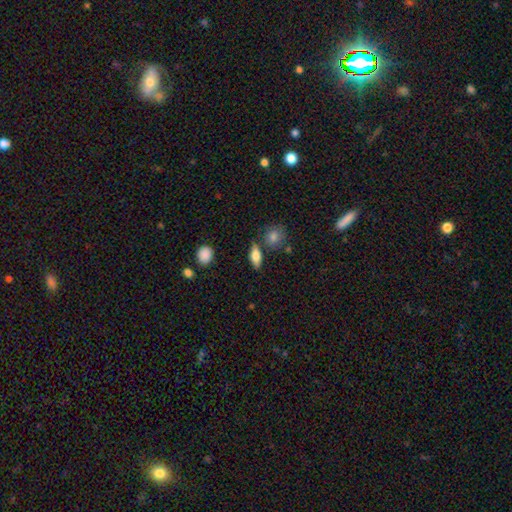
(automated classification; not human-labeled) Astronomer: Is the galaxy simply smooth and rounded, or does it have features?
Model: smooth — 72%.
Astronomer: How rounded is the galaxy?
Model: in between — 73%.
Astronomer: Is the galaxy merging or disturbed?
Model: none — 76%.